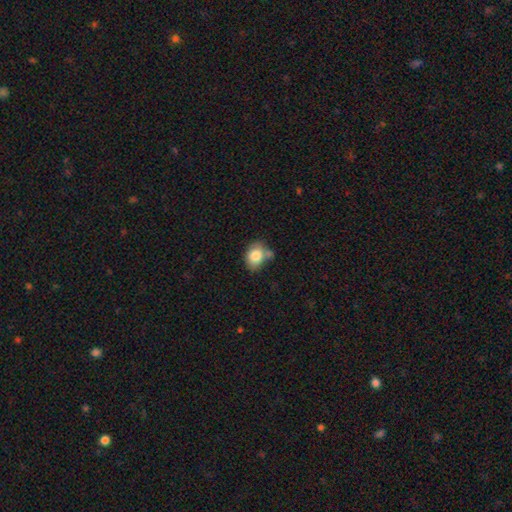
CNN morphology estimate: Smooth or featured? Predicted: smooth (p=0.81). How rounded? Predicted: in between (p=0.57). Merging? Predicted: none (p=0.49).